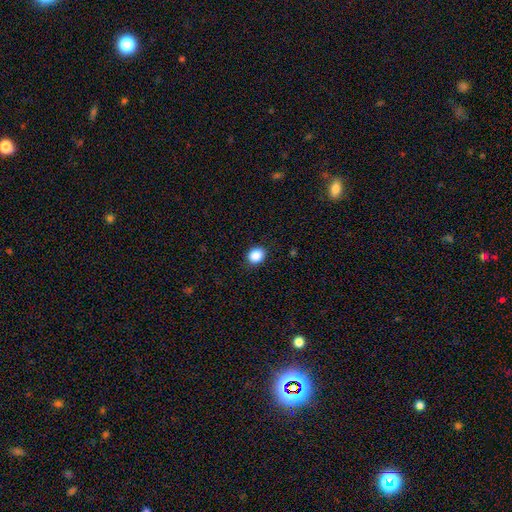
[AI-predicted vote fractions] smooth-or-featured: smooth: 88% | star or artifact: 9% | featured or disk: 3%
  how-rounded: round: 63% | in between: 36% | cigar-shaped: 1%
  merging: none: 90% | minor disturbance: 7% | major disturbance: 2% | merger: 1%